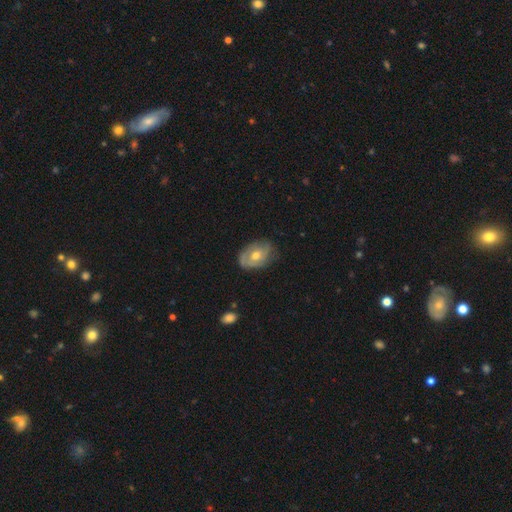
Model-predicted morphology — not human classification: This appears to be a featured or disk galaxy (61%) with no bar (75%), spiral arms (69%) and a moderate central bulge (72%). Merging: none (68%).